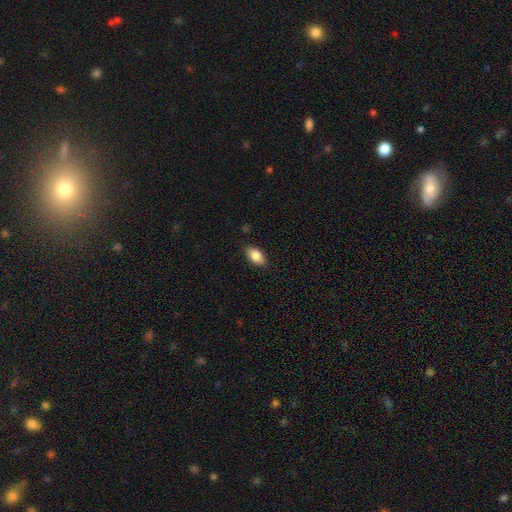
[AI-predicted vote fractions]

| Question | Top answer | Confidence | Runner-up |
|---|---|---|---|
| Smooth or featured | smooth | 86% | star or artifact (7%) |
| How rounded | in between | 90% | round (7%) |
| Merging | none | 83% | minor disturbance (13%) |